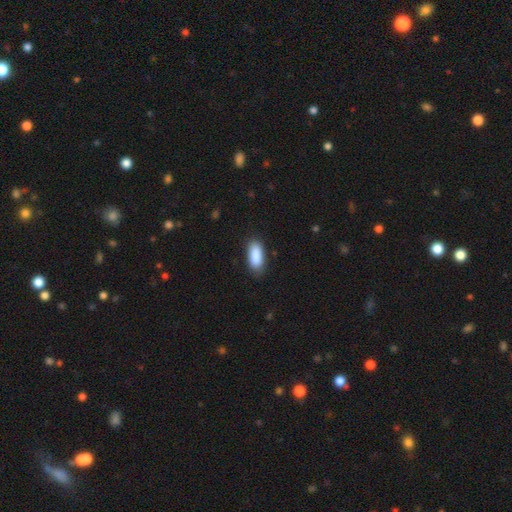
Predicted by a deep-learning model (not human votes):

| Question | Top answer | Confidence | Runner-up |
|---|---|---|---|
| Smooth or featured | smooth | 89% | star or artifact (6%) |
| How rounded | in between | 88% | cigar-shaped (10%) |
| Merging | none | 84% | minor disturbance (13%) |